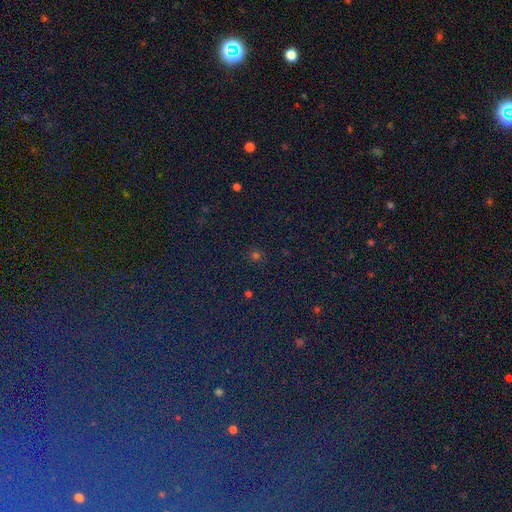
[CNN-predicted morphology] A star or artifact, not a galaxy (52%).